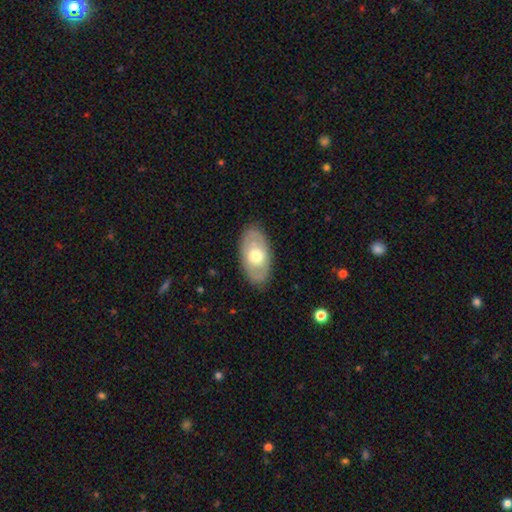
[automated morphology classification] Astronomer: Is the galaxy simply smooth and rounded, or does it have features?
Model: smooth — 51% (runner-up: featured or disk, 43%).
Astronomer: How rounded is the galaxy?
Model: in between — 92%.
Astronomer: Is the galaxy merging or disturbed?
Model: none — 83%.